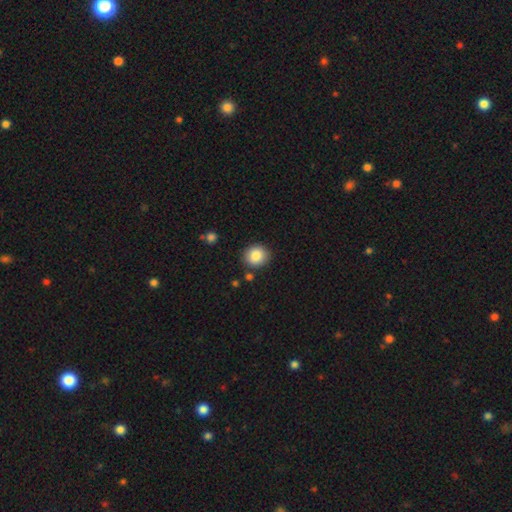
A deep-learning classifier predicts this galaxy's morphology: Smooth or featured: smooth — 85% (star or artifact — 9%)
How rounded: round — 79% (in between — 20%)
Merging: none — 87% (minor disturbance — 8%)